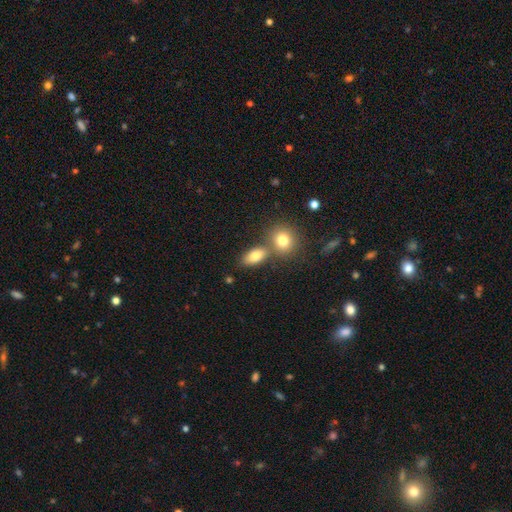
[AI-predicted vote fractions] Smooth or featured? smooth (78%)
How rounded? in between (78%)
Merging? none (59%)